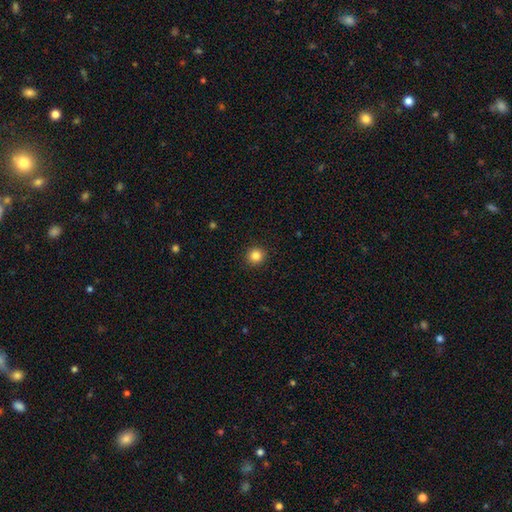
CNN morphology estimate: Q: Smooth or featured?
A: smooth (84%); runner-up: star or artifact (12%)
Q: How rounded?
A: round (93%); runner-up: in between (6%)
Q: Merging?
A: none (92%); runner-up: minor disturbance (5%)